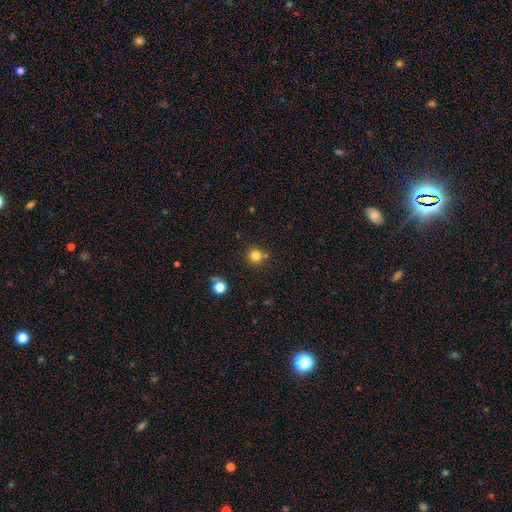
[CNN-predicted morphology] smooth_or_featured: smooth (p=0.80) [alt: star or artifact p=0.14]
how_rounded: round (p=0.93) [alt: in between p=0.06]
merging: none (p=0.78) [alt: merger p=0.10]